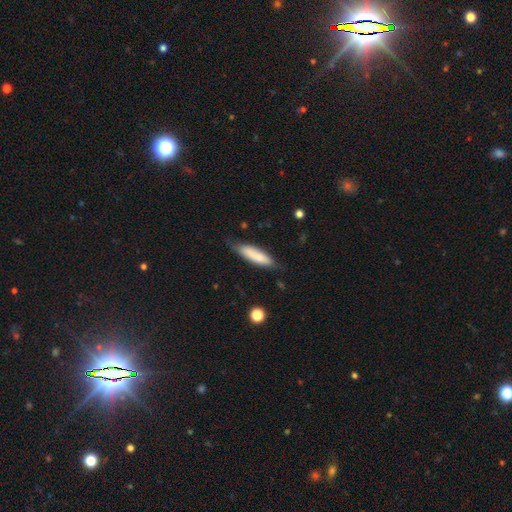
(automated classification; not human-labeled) Smooth or featured: smooth — 78% (featured or disk — 16%)
How rounded: cigar-shaped — 57% (in between — 42%)
Merging: none — 69% (minor disturbance — 24%)